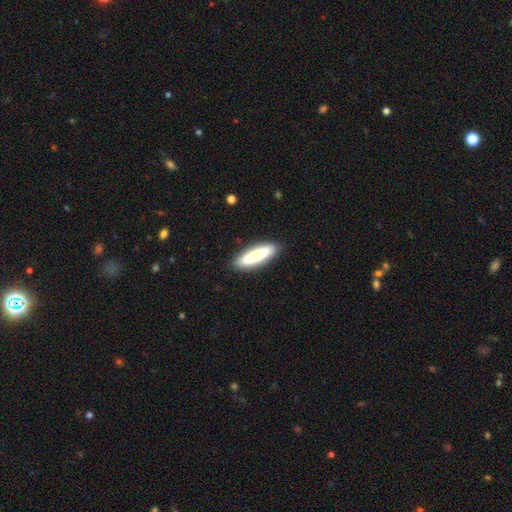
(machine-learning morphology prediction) The model was most divided on "how rounded": cigar-shaped: 77%, in between: 22%, round: 1%. More confident: merging — none (88%); smooth or featured — smooth (75%).